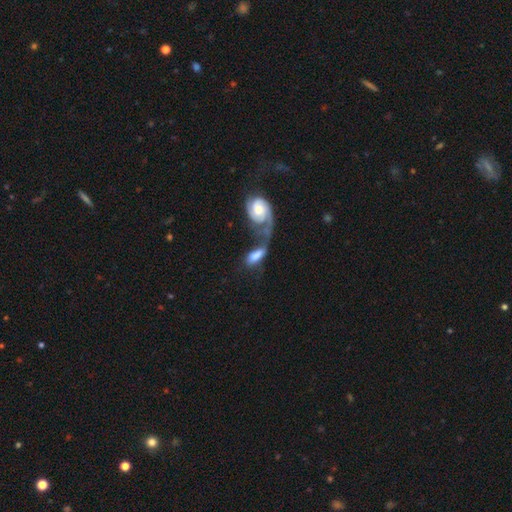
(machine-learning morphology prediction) smooth_or_featured: smooth (p=0.49) [alt: featured or disk p=0.44]
merging: merger (p=0.64) [alt: none p=0.15]